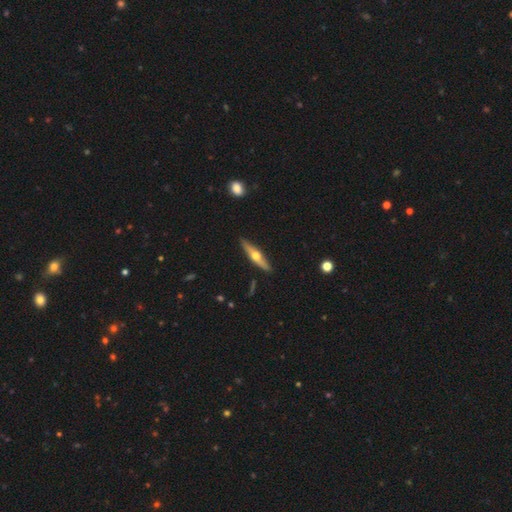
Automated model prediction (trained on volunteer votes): A featured or disk galaxy (67%) viewed edge-on (95%) with a rounded central bulge (95%). Merging: none (90%).